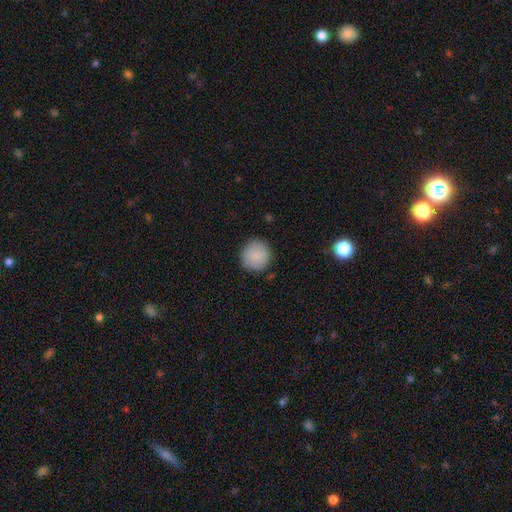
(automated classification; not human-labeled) Q: Smooth or featured?
A: smooth (87%); runner-up: star or artifact (7%)
Q: How rounded?
A: round (94%); runner-up: in between (5%)
Q: Merging?
A: none (87%); runner-up: minor disturbance (9%)